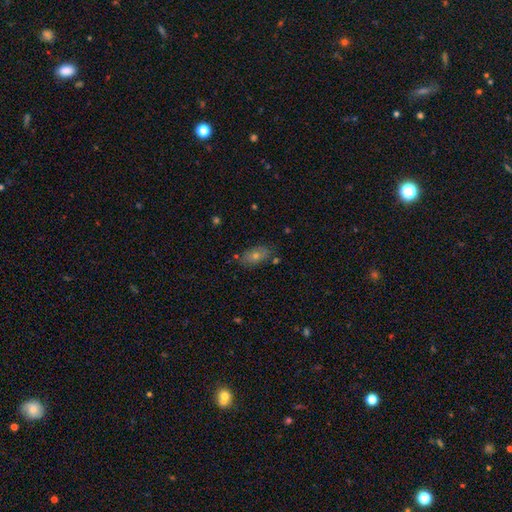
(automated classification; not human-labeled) Smooth or featured? Predicted: smooth (p=0.58). How rounded? Predicted: in between (p=0.85). Merging? Predicted: none (p=0.79).